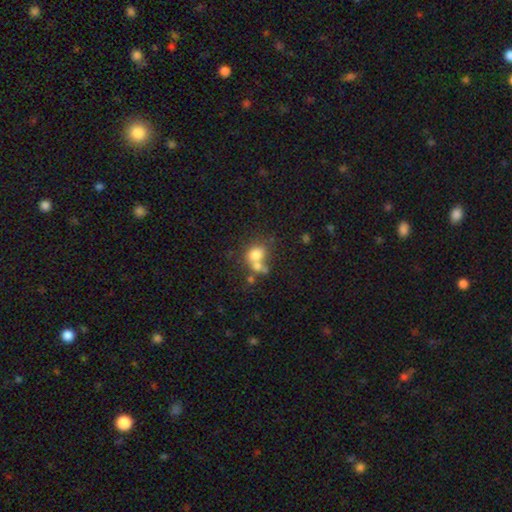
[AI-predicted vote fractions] Morphology: type=smooth (72%); roundness=round (52%); merging=merger (47%).